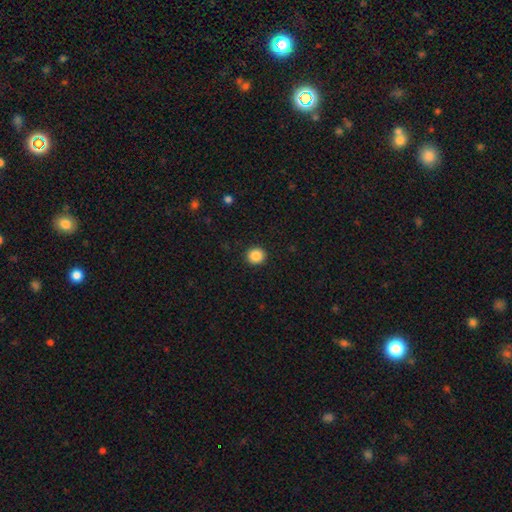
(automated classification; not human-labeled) Smooth or featured?
  - smooth: 87% *
  - star or artifact: 9%
  - featured or disk: 3%
How rounded?
  - round: 92% *
  - in between: 8%
  - cigar-shaped: 1%
Merging?
  - none: 93% *
  - minor disturbance: 4%
  - major disturbance: 2%
  - merger: 1%